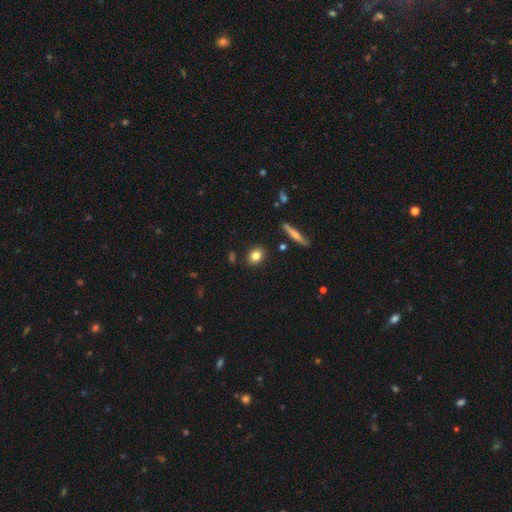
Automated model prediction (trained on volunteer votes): The model was most divided on "how rounded": in between: 49%, round: 48%, cigar-shaped: 3%. More confident: merging — none (87%); smooth or featured — smooth (81%).